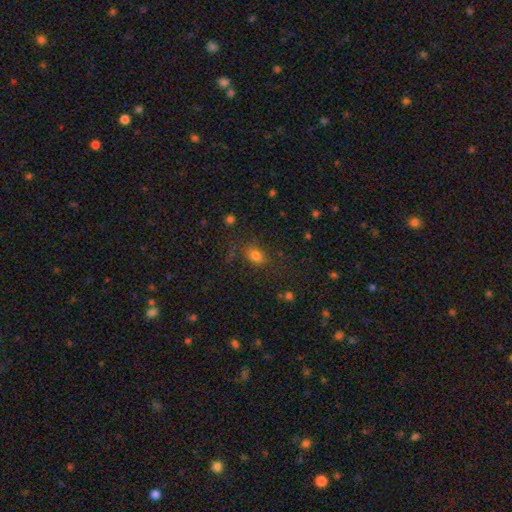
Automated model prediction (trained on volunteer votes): Smooth or featured: smooth — 77% (star or artifact — 15%)
How rounded: in between — 69% (round — 29%)
Merging: none — 75% (minor disturbance — 15%)